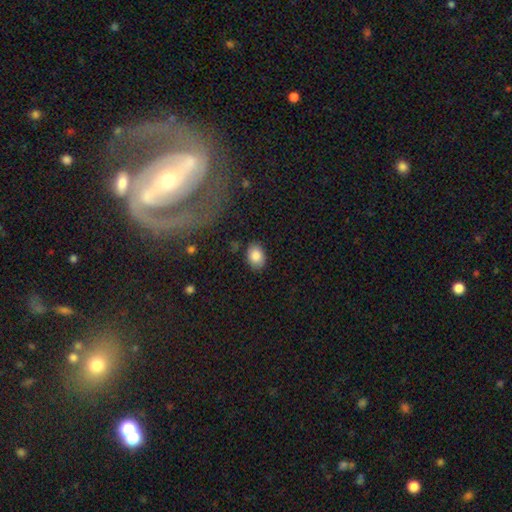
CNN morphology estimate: A smooth galaxy with no disk features (86%) that is in between round and cigar-shaped (73%).

Vote fractions:
- Smooth or featured? smooth: 86% / star or artifact: 8% / featured or disk: 6%
- How rounded? in between: 73% / round: 26% / cigar-shaped: 1%
- Merging? none: 84% / minor disturbance: 11% / major disturbance: 3% / merger: 2%